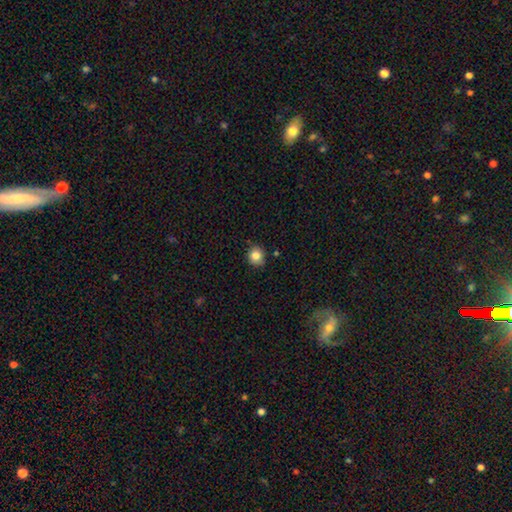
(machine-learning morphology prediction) This appears to be a smooth galaxy with no disk features (83%) that is round (86%). Merging: none (85%).